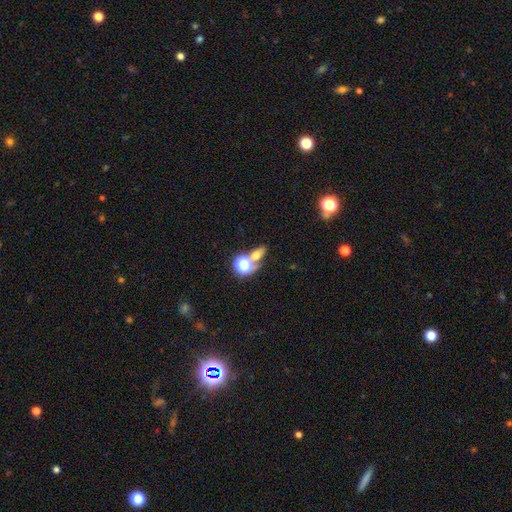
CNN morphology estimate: Smooth or featured? smooth (57%)
How rounded? in between (57%)
Merging? none (52%)